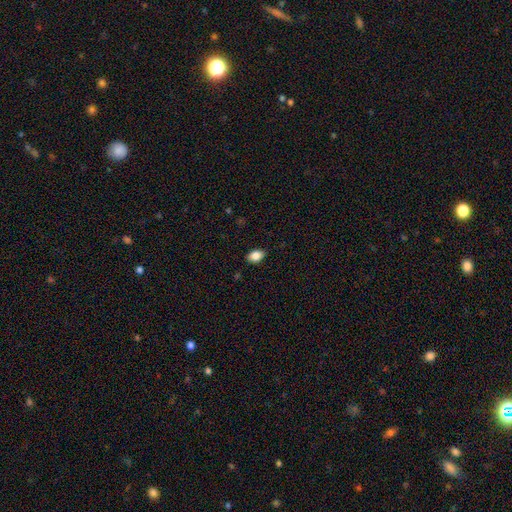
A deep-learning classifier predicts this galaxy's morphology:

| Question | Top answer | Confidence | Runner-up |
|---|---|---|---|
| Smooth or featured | smooth | 85% | star or artifact (8%) |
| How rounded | in between | 84% | round (14%) |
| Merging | none | 88% | minor disturbance (9%) |